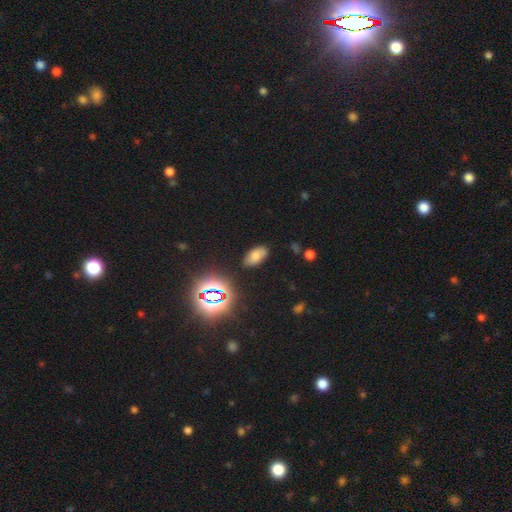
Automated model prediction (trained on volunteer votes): A smooth galaxy with no disk features (60%) that is in between round and cigar-shaped (93%). Merging: none (83%).